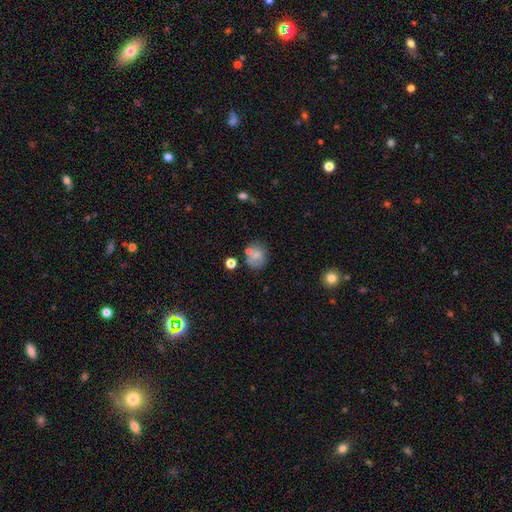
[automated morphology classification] A smooth galaxy with no disk features (70%) that is round (70%). Merging: none (54%).